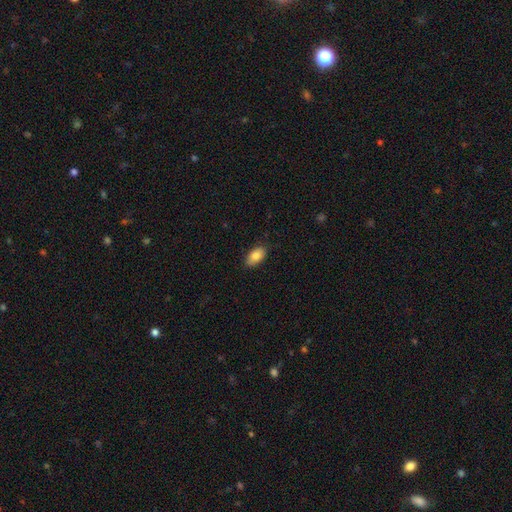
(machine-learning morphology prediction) smooth-or-featured: smooth: 85% | featured or disk: 8% | star or artifact: 7%
  how-rounded: in between: 92% | round: 4% | cigar-shaped: 4%
  merging: none: 86% | minor disturbance: 11% | major disturbance: 2% | merger: 1%